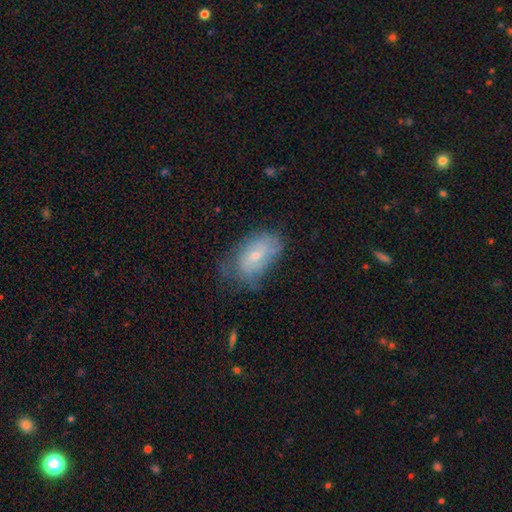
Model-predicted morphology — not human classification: Q: Smooth or featured?
A: smooth (52%); runner-up: featured or disk (40%)
Q: How rounded?
A: in between (90%); runner-up: round (7%)
Q: Merging?
A: none (48%); runner-up: minor disturbance (34%)